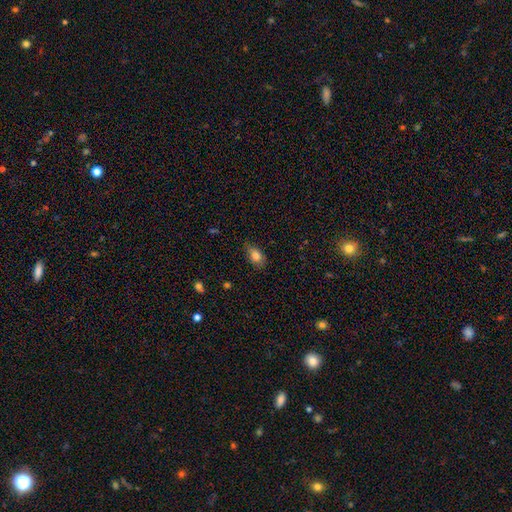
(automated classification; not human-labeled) The model was most divided on "merging": none: 67%, minor disturbance: 26%, major disturbance: 5%, merger: 1%. More confident: smooth or featured — smooth (82%); how rounded — in between (81%).